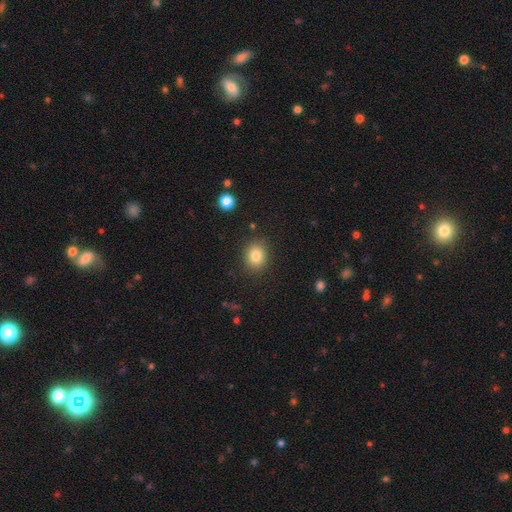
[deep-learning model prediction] This appears to be a smooth galaxy with no disk features (82%) that is round (64%). Merging: none (87%).